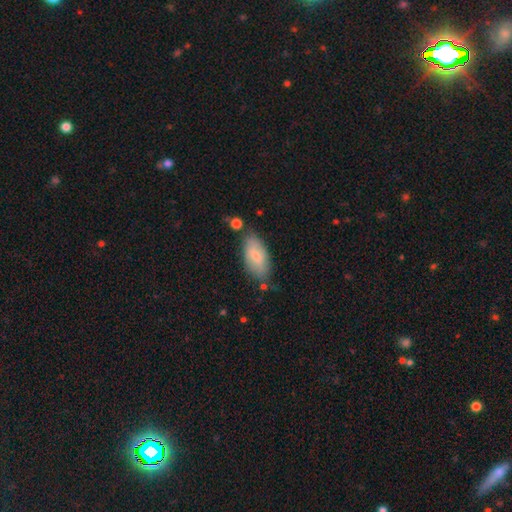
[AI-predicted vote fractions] A smooth galaxy with no disk features (72%) that is in between round and cigar-shaped (89%). Merging: none (70%).